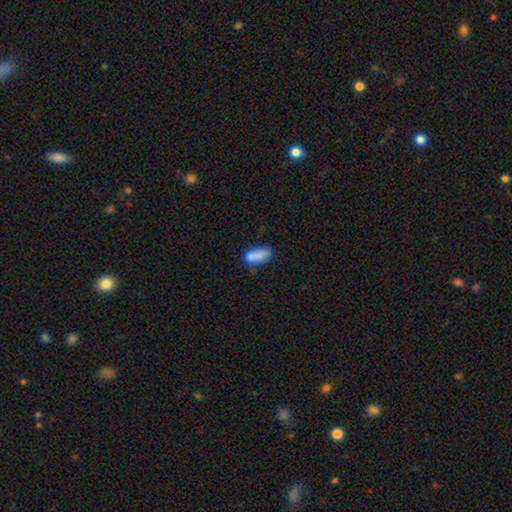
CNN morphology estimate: Overall: smooth (82%). How rounded: in between (75%). Merging: none (49%; minor disturbance 31%).